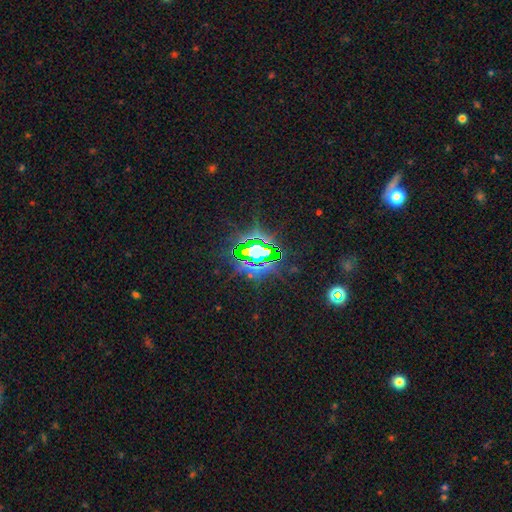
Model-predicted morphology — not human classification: This is likely a star or artifact rather than a galaxy (78%).